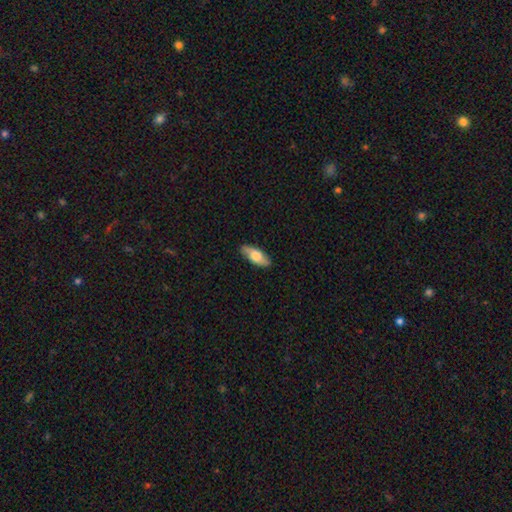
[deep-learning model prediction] smooth 61%, featured or disk 34%, star or artifact 6%. Down the decision tree: how rounded — in between (77%); merging — none (87%).